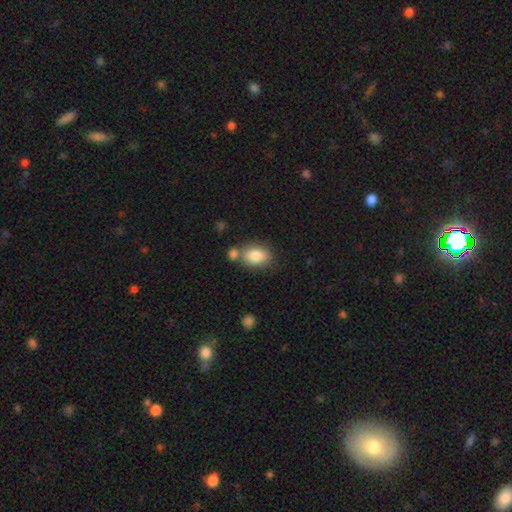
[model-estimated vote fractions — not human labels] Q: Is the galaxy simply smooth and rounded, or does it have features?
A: smooth — 82%.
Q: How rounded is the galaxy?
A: in between — 73%.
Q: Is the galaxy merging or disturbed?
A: none — 60%.